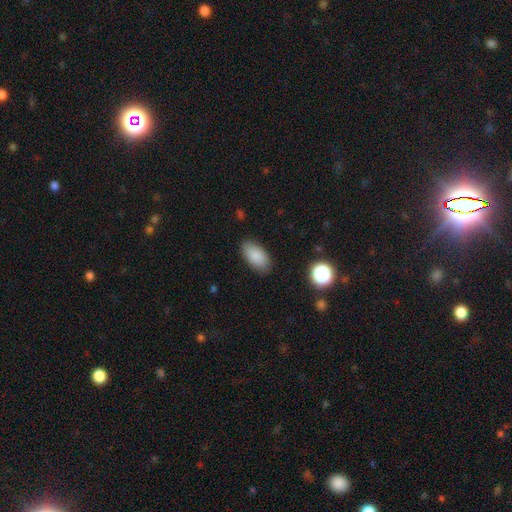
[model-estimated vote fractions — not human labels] The model was most divided on "merging": none: 85%, minor disturbance: 11%, major disturbance: 3%, merger: 1%. More confident: how rounded — in between (94%); smooth or featured — smooth (86%).